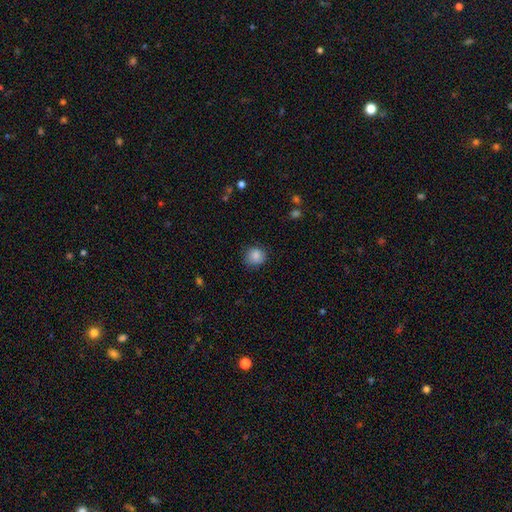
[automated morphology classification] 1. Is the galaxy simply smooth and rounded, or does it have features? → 85% smooth, 9% star or artifact, 6% featured or disk.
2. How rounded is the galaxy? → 83% round, 16% in between, 1% cigar-shaped.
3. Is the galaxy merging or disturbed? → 81% none, 15% minor disturbance, 3% major disturbance, 1% merger.